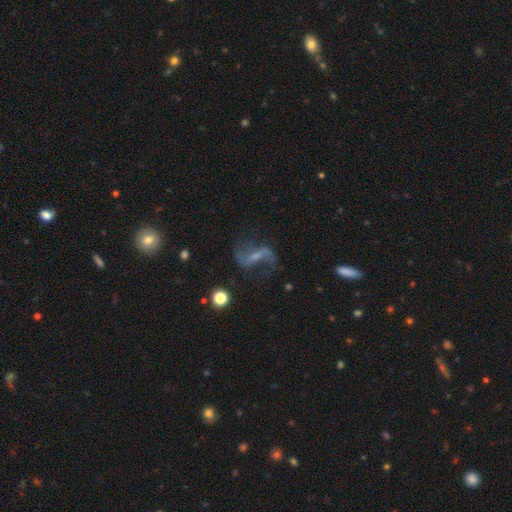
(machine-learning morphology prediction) Smooth or featured?
  - featured or disk: 84% *
  - star or artifact: 9%
  - smooth: 8%
Edge-on disk?
  - no: 95% *
  - yes: 5%
Bar?
  - strong: 42% *
  - weak: 41%
  - no: 17%
Spiral arms?
  - yes: 93% *
  - no: 7%
Spiral winding?
  - loose: 81% *
  - medium: 16%
  - tight: 4%
Spiral arm count?
  - 2: 92% *
  - 1: 2%
  - can't tell: 2%
  - 3: 1%
  - 4: 1%
  - more than 4: 1%
Bulge size?
  - small: 49% *
  - none: 29%
  - moderate: 19%
  - large: 2%
  - dominant: 1%
Merging?
  - none: 72% *
  - minor disturbance: 14%
  - major disturbance: 11%
  - merger: 3%